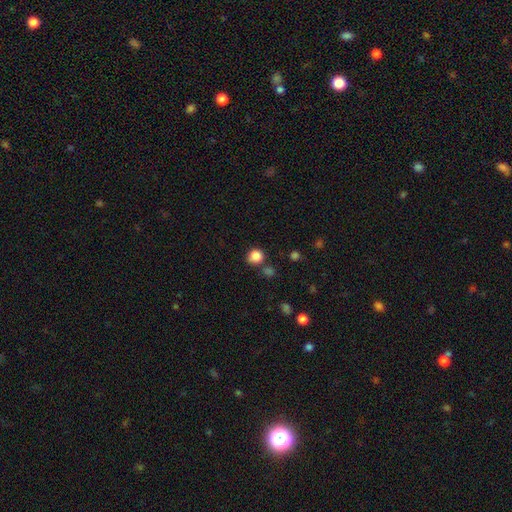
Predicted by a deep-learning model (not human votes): Smooth or featured? smooth (85%)
How rounded? round (85%)
Merging? none (72%)